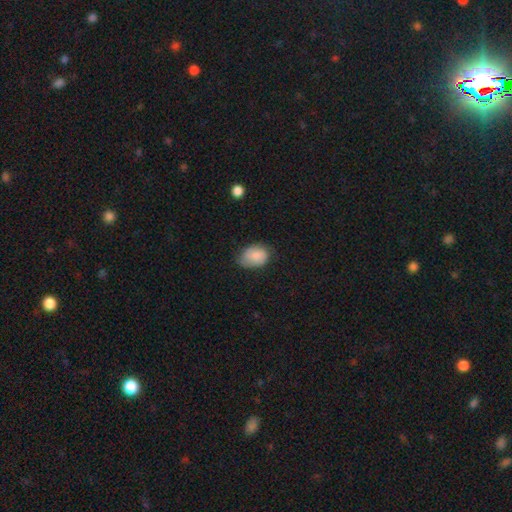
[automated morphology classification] smooth 77%, featured or disk 16%, star or artifact 7%. Down the decision tree: how rounded — in between (75%); merging — none (59%).